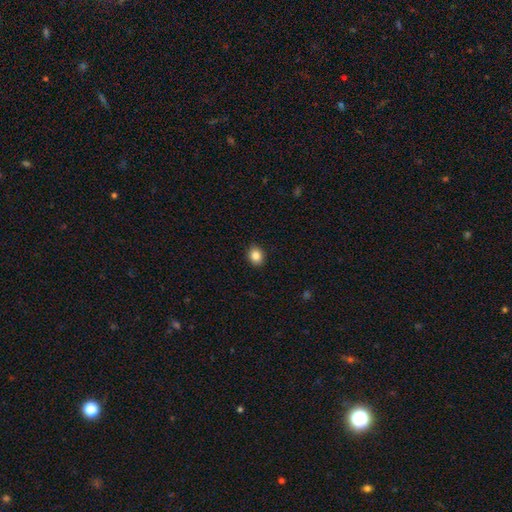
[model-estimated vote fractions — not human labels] A smooth galaxy with no disk features (86%) that is round (56%).

Vote fractions:
- Smooth or featured? smooth: 86% / star or artifact: 10% / featured or disk: 5%
- How rounded? round: 56% / in between: 43% / cigar-shaped: 1%
- Merging? none: 91% / minor disturbance: 6% / major disturbance: 2% / merger: 1%